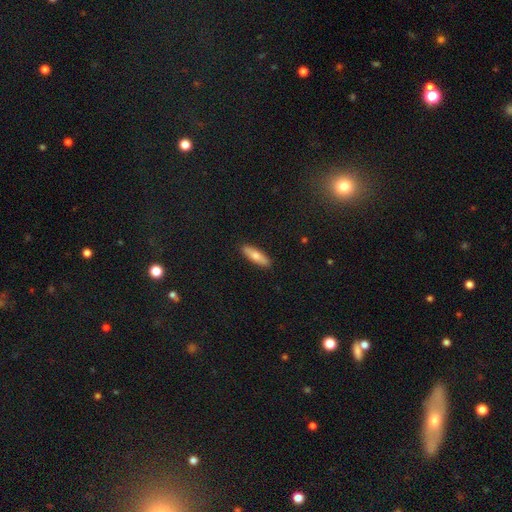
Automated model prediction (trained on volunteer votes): Morphology: type=smooth (72%); roundness=cigar-shaped (62%); merging=none (90%).